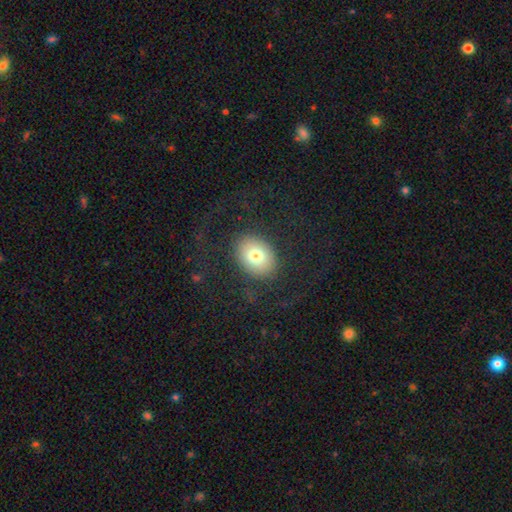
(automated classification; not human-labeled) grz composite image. It shows a smooth galaxy with no disk features (76%) that is in between round and cigar-shaped (65%). Merging: none (83%).